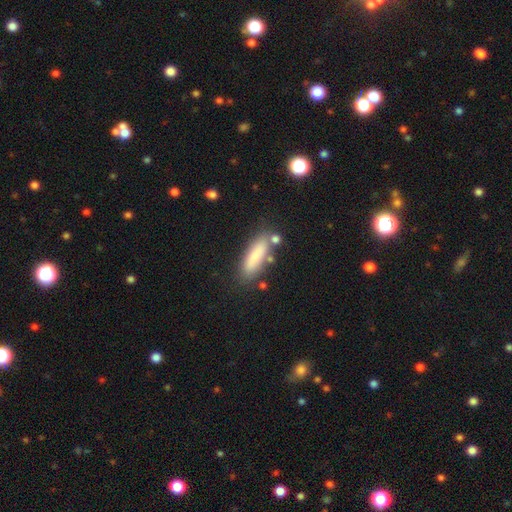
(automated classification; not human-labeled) Smooth or featured?
  - smooth: 80% *
  - featured or disk: 13%
  - star or artifact: 7%
How rounded?
  - cigar-shaped: 56% *
  - in between: 42%
  - round: 2%
Merging?
  - none: 73% *
  - minor disturbance: 14%
  - merger: 8%
  - major disturbance: 4%